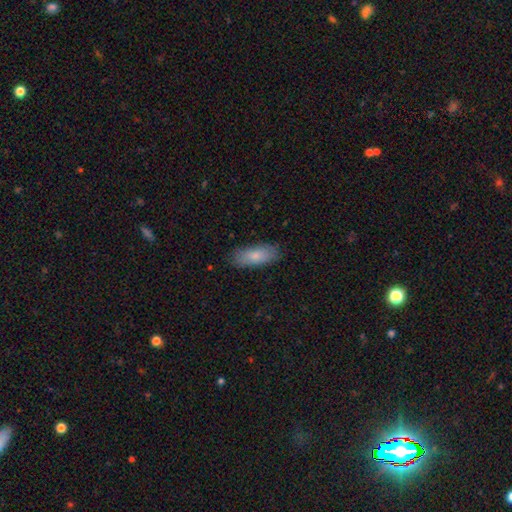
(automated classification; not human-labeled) Q: Smooth or featured?
A: smooth (81%); runner-up: featured or disk (13%)
Q: How rounded?
A: in between (75%); runner-up: cigar-shaped (23%)
Q: Merging?
A: none (82%); runner-up: minor disturbance (14%)